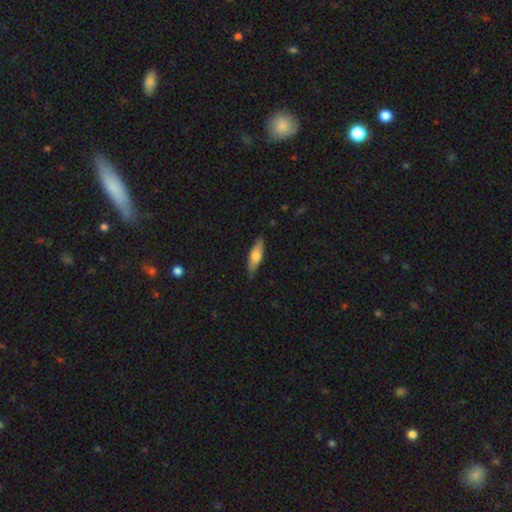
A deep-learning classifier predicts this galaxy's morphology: Smooth or featured? Predicted: smooth (p=0.68). How rounded? Predicted: cigar-shaped (p=0.51). Merging? Predicted: none (p=0.81).